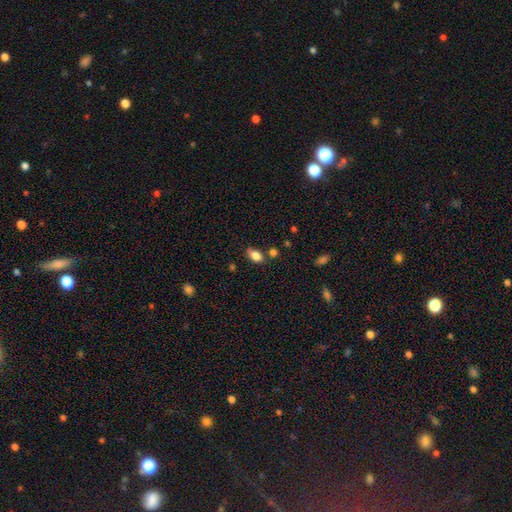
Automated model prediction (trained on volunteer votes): Morphology: type=smooth (83%); roundness=in between (86%); merging=none (64%).